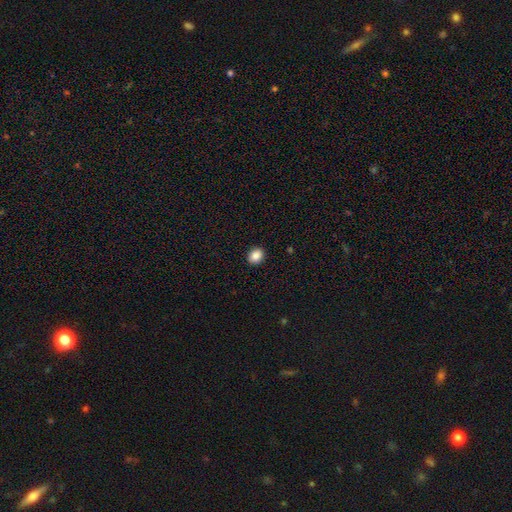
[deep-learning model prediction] Morphology: type=smooth (87%); roundness=round (57%); merging=none (92%).